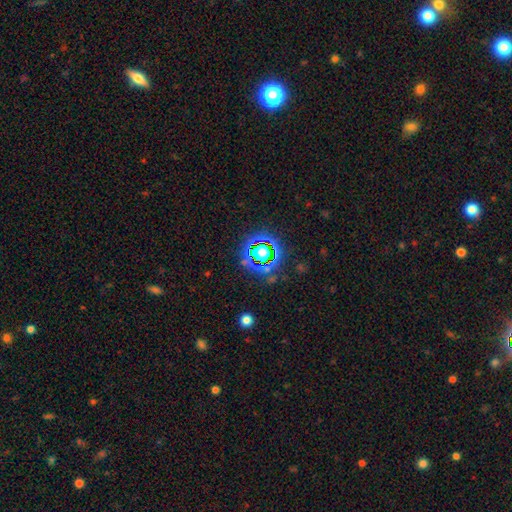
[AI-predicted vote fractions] Q: Smooth or featured?
A: star or artifact (78%); runner-up: smooth (13%)